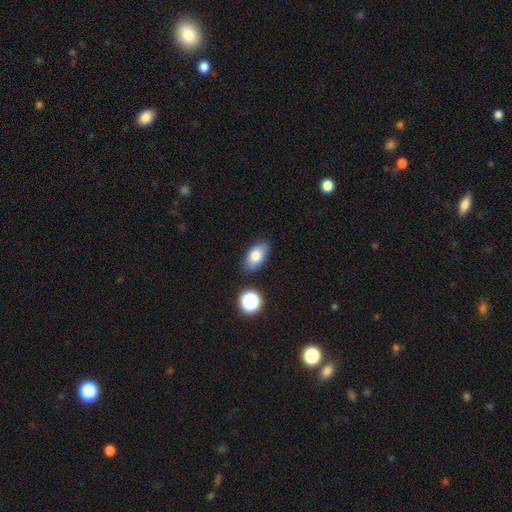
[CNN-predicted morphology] Q: Smooth or featured?
A: smooth (79%); runner-up: featured or disk (12%)
Q: How rounded?
A: in between (90%); runner-up: round (7%)
Q: Merging?
A: none (83%); runner-up: minor disturbance (11%)